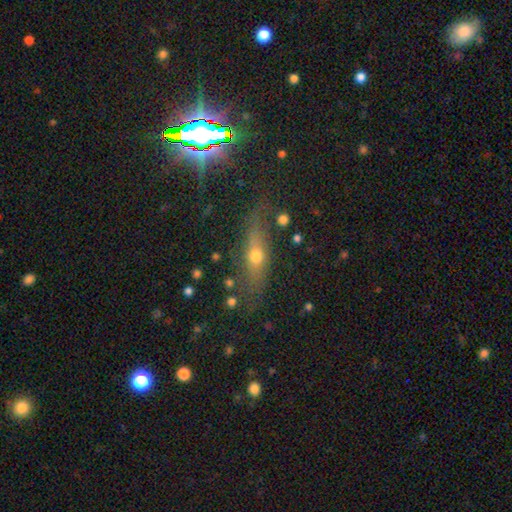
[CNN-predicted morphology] Q: Smooth or featured?
A: smooth (49%); runner-up: featured or disk (36%)
Q: Merging?
A: none (70%); runner-up: minor disturbance (17%)